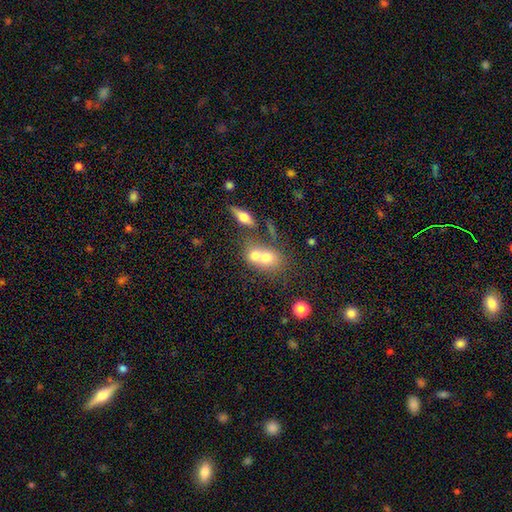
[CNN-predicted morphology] Smooth or featured? smooth (68%)
How rounded? round (53%)
Merging? merger (69%)